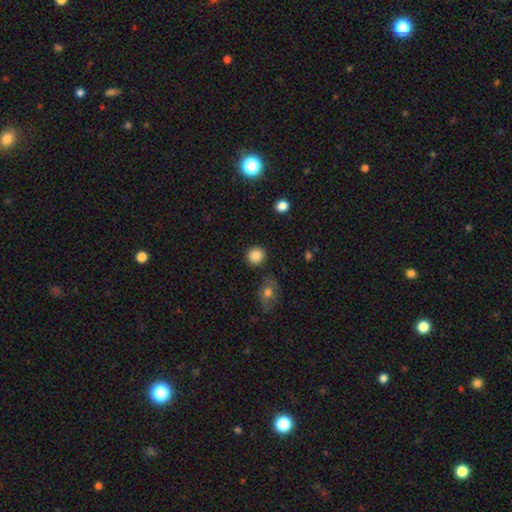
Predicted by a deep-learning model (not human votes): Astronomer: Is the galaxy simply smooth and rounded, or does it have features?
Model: smooth — 87%.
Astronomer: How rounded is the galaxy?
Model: round — 90%.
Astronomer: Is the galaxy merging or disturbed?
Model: none — 88%.